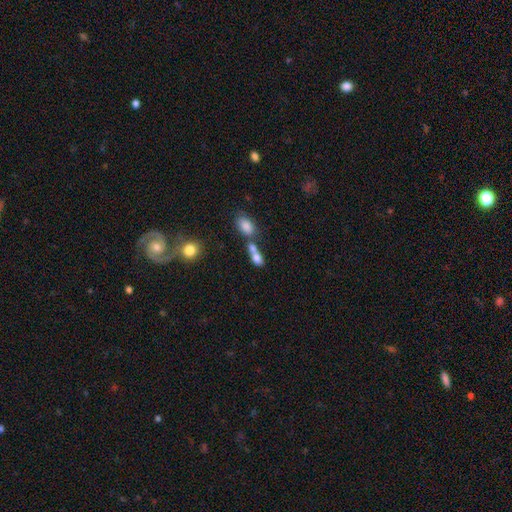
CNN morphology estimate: smooth 77%, featured or disk 13%, star or artifact 10%. Down the decision tree: how rounded — in between (78%); merging — merger (59%).